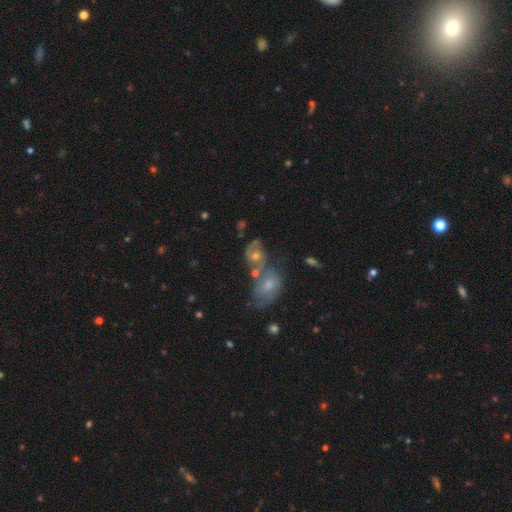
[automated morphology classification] The model was most divided on "merging": merger: 49%, none: 28%, minor disturbance: 13%, major disturbance: 10%. More confident: edge-on disk — no (95%); bar — no (76%); spiral arms — yes (74%); bulge size — moderate (60%); smooth or featured — featured or disk (56%).